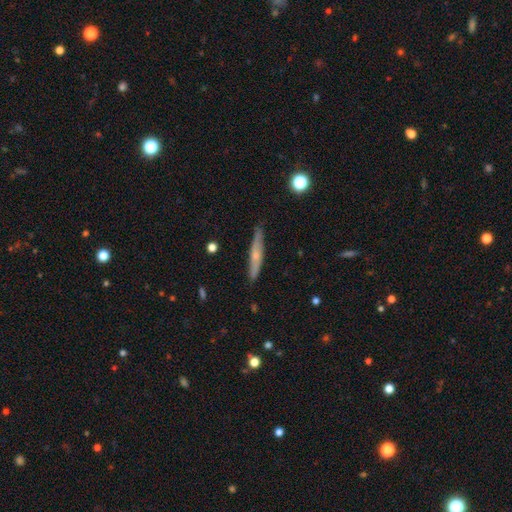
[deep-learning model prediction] A featured or disk galaxy (52%) viewed edge-on (88%). Merging: none (83%).